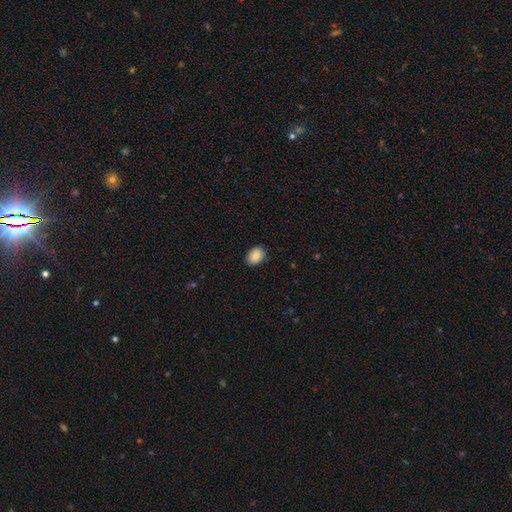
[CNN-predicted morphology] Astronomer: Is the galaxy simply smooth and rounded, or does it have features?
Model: smooth — 87%.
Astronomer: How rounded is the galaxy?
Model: in between — 70%.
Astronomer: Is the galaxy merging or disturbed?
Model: none — 87%.